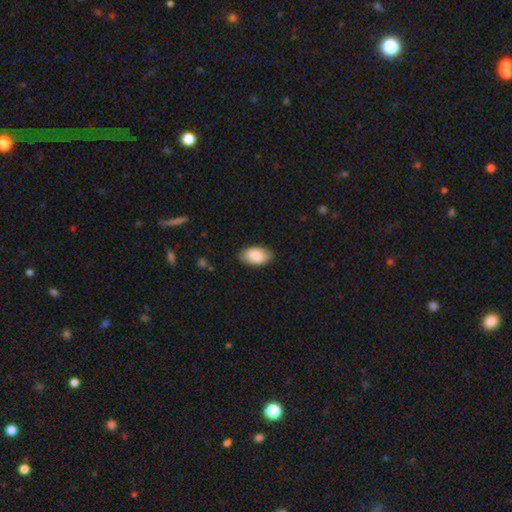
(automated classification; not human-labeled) This appears to be a smooth galaxy with no disk features (86%) that is in between round and cigar-shaped (95%). Merging: none (84%).